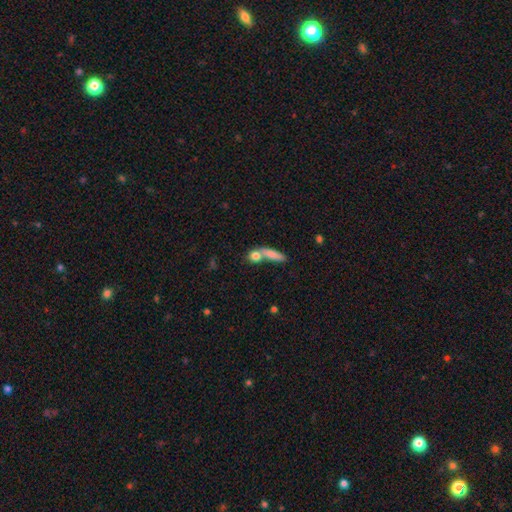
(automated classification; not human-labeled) A smooth galaxy with no disk features (78%) that is round (49%).

Vote fractions:
- Smooth or featured? smooth: 78% / featured or disk: 13% / star or artifact: 9%
- How rounded? round: 49% / cigar-shaped: 26% / in between: 26%
- Merging? none: 48% / merger: 38% / minor disturbance: 9% / major disturbance: 5%